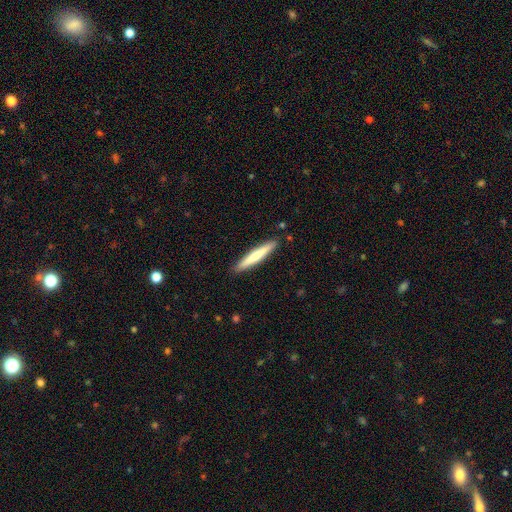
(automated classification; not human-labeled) The model was most divided on "smooth or featured": smooth: 62%, featured or disk: 33%, star or artifact: 5%. More confident: how rounded — cigar-shaped (94%); merging — none (90%).